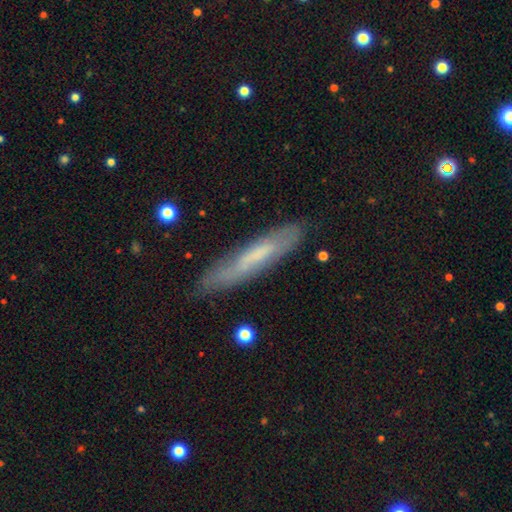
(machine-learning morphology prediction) type=smooth (50%); roundness=cigar-shaped (87%); merging=none (78%).